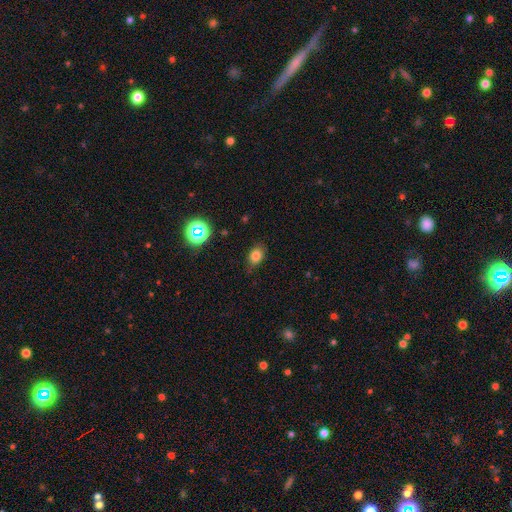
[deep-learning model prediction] This is likely a smooth galaxy (79%). How rounded: likely in between (67%). Merging: likely none (77%).